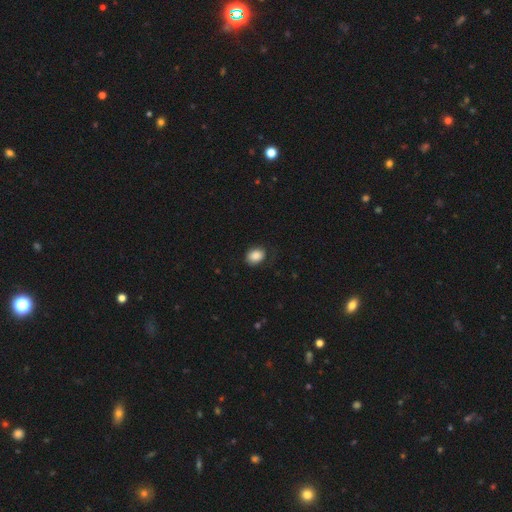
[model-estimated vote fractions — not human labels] Smooth or featured: smooth — 87% (star or artifact — 8%)
How rounded: in between — 65% (round — 34%)
Merging: none — 76% (minor disturbance — 17%)